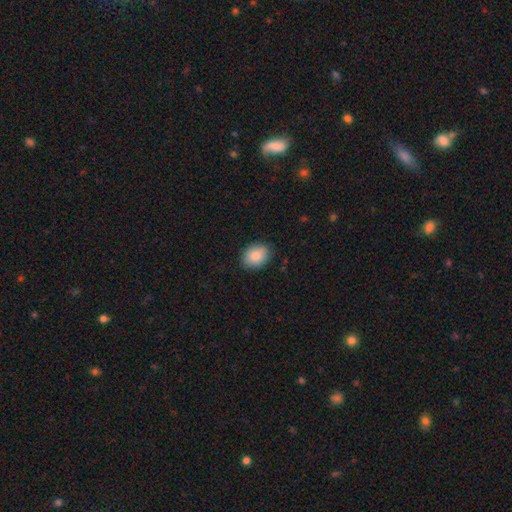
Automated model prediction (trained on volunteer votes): A smooth galaxy with no disk features (86%) that is in between round and cigar-shaped (65%). Merging: none (86%).